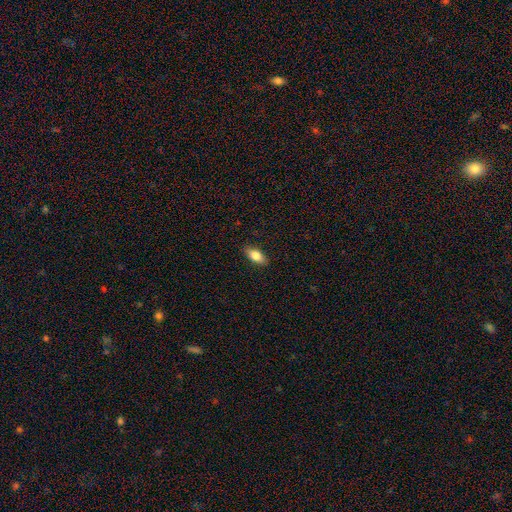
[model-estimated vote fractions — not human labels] This appears to be a smooth galaxy with no disk features (82%) that is in between round and cigar-shaped (86%). Merging: none (87%).